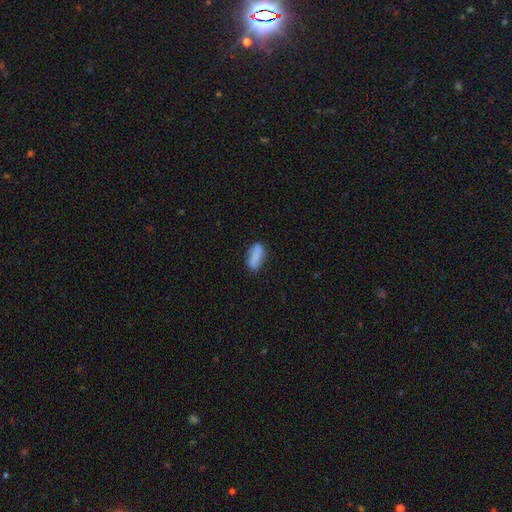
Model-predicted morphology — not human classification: A smooth galaxy with no disk features (85%) that is in between round and cigar-shaped (80%).

Vote fractions:
- Smooth or featured? smooth: 85% / featured or disk: 8% / star or artifact: 7%
- How rounded? in between: 80% / cigar-shaped: 17% / round: 3%
- Merging? none: 78% / minor disturbance: 16% / major disturbance: 4% / merger: 2%